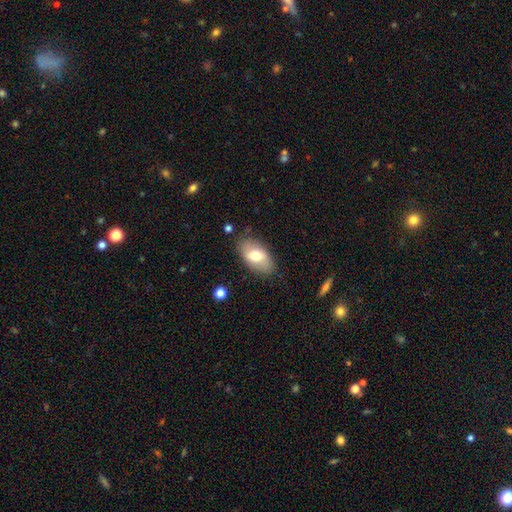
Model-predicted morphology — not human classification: A smooth galaxy with no disk features (68%) that is in between round and cigar-shaped (93%).

Vote fractions:
- Smooth or featured? smooth: 68% / featured or disk: 26% / star or artifact: 6%
- How rounded? in between: 93% / round: 5% / cigar-shaped: 2%
- Merging? none: 80% / minor disturbance: 15% / major disturbance: 4% / merger: 2%